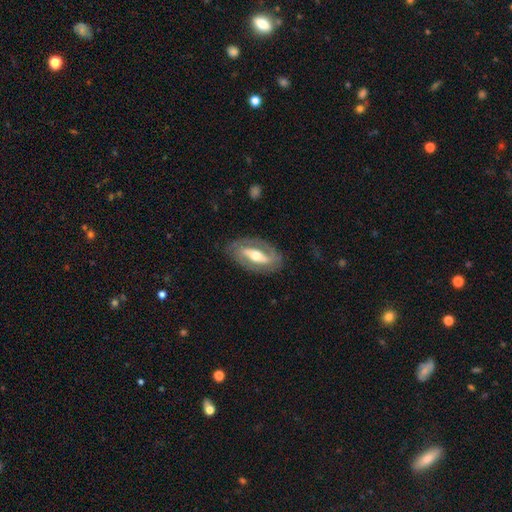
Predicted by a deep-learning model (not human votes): Smooth or featured?
  - featured or disk: 75% *
  - smooth: 20%
  - star or artifact: 5%
Edge-on disk?
  - no: 88% *
  - yes: 12%
Bar?
  - strong: 49% *
  - no: 26%
  - weak: 25%
Spiral arms?
  - yes: 68% *
  - no: 32%
Bulge size?
  - moderate: 69% *
  - small: 18%
  - large: 11%
  - dominant: 1%
  - none: 1%
Merging?
  - none: 79% *
  - minor disturbance: 13%
  - major disturbance: 6%
  - merger: 1%